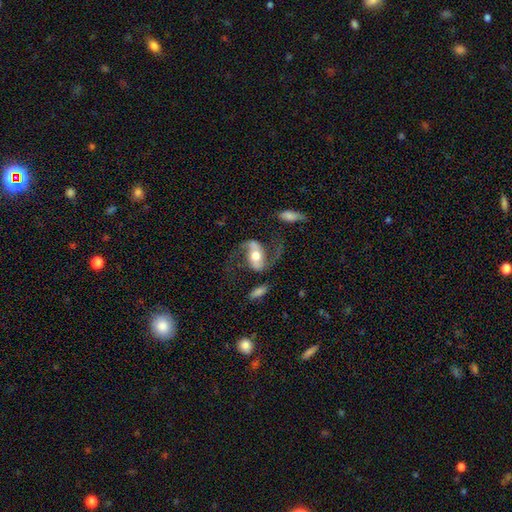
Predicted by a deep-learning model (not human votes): Q: Smooth or featured?
A: featured or disk (85%); runner-up: smooth (10%)
Q: Edge-on disk?
A: no (95%); runner-up: yes (5%)
Q: Bar?
A: strong (37%); runner-up: weak (34%)
Q: Spiral arms?
A: yes (95%); runner-up: no (5%)
Q: Spiral winding?
A: loose (60%); runner-up: medium (34%)
Q: Spiral arm count?
A: 2 (93%); runner-up: 1 (2%)
Q: Bulge size?
A: moderate (65%); runner-up: large (19%)
Q: Merging?
A: none (64%); runner-up: major disturbance (16%)